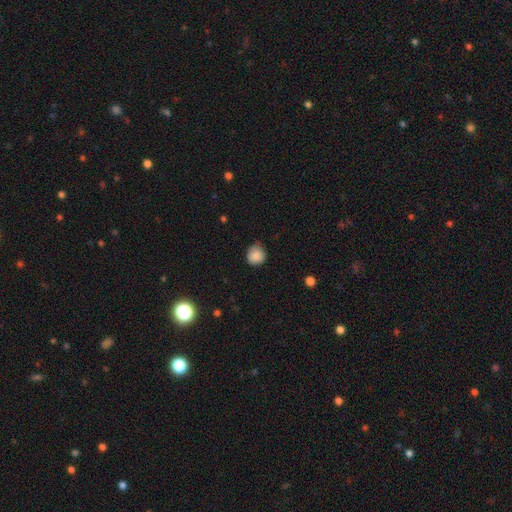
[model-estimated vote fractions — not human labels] smooth 85%, star or artifact 9%, featured or disk 6%. Down the decision tree: how rounded — round (89%); merging — none (77%).